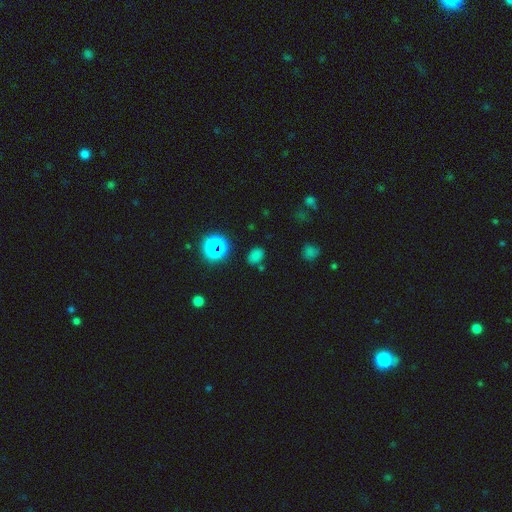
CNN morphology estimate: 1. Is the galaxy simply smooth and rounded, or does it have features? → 70% smooth, 25% star or artifact, 5% featured or disk.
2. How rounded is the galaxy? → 65% in between, 33% round, 1% cigar-shaped.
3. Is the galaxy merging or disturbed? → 79% none, 12% minor disturbance, 5% merger, 4% major disturbance.